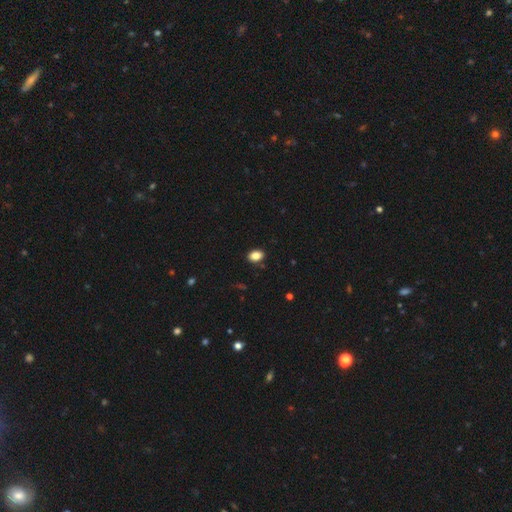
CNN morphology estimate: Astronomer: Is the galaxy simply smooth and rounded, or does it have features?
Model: smooth — 86%.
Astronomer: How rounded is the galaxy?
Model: in between — 81%.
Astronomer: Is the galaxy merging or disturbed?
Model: none — 88%.